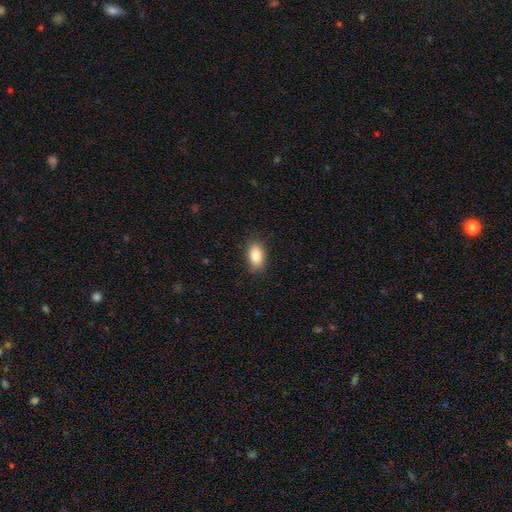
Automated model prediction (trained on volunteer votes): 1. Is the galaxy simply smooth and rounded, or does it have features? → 85% smooth, 7% star or artifact, 7% featured or disk.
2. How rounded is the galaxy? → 90% in between, 7% round, 3% cigar-shaped.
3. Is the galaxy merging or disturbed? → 87% none, 10% minor disturbance, 2% major disturbance, 1% merger.